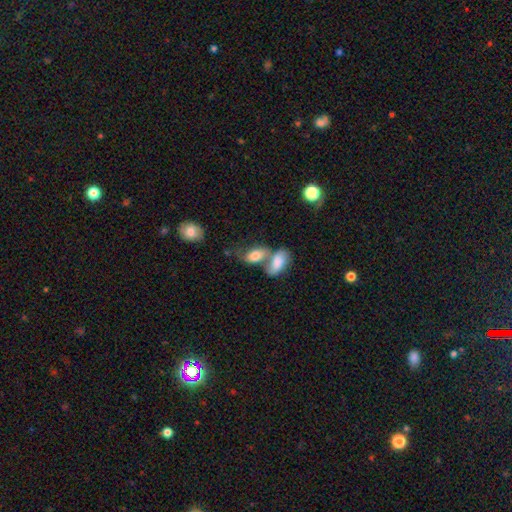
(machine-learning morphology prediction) Smooth or featured? smooth (74%)
How rounded? in between (90%)
Merging? merger (61%)